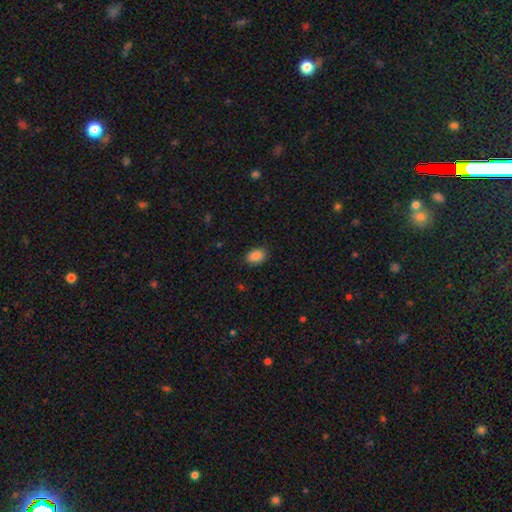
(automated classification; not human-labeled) A smooth galaxy with no disk features (87%) that is in between round and cigar-shaped (83%). Merging: none (87%).